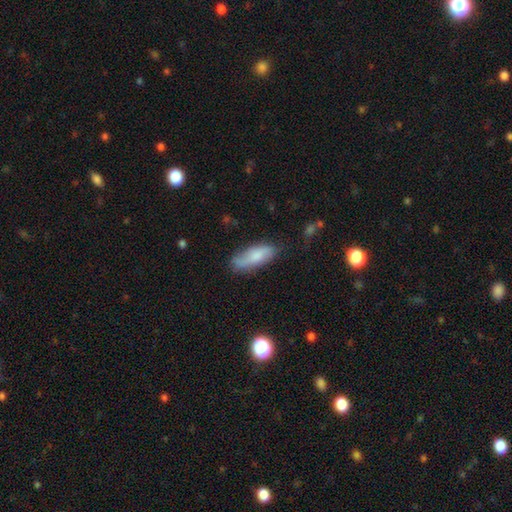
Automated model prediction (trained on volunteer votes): smooth-or-featured: smooth: 71% | featured or disk: 22% | star or artifact: 7%
  how-rounded: in between: 68% | cigar-shaped: 29% | round: 2%
  merging: none: 68% | minor disturbance: 24% | major disturbance: 6% | merger: 2%